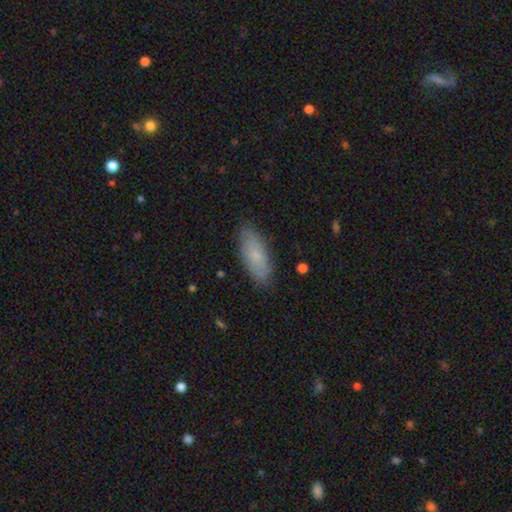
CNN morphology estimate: smooth 70%, featured or disk 23%, star or artifact 7%. Down the decision tree: how rounded — in between (77%); merging — none (84%).